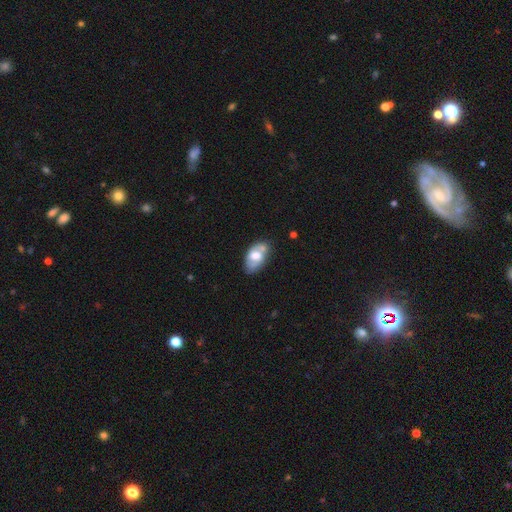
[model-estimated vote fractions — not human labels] Overall: featured or disk (47%; smooth 46%). Merging: none (60%; minor disturbance 26%).